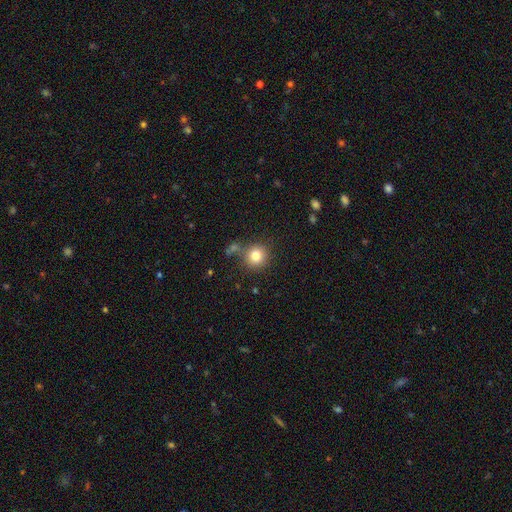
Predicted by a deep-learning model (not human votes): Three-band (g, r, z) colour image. It shows a smooth galaxy with no disk features (82%) that is round (92%). Merging: none (77%).